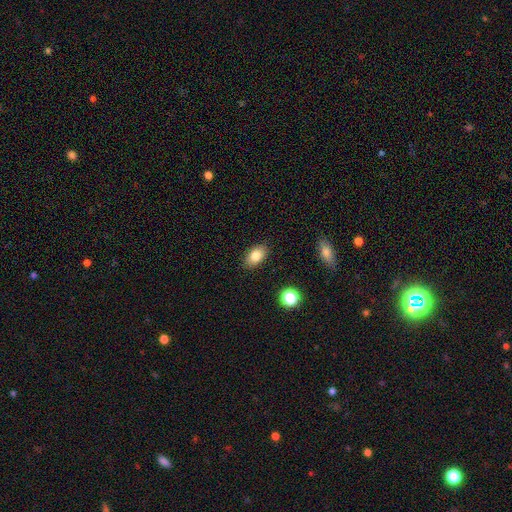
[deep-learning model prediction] A smooth galaxy with no disk features (81%) that is in between round and cigar-shaped (89%). Merging: none (87%).